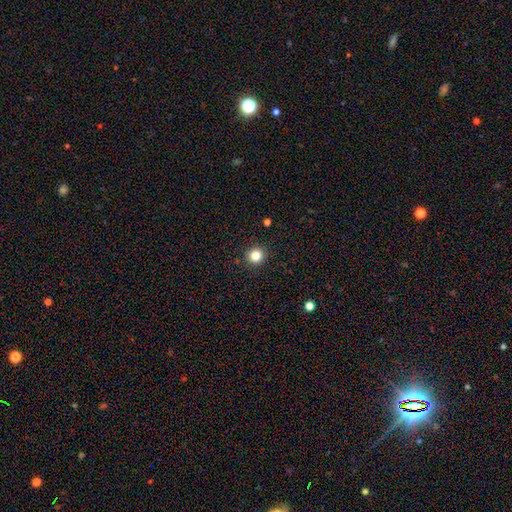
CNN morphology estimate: type=smooth (83%); roundness=round (94%); merging=none (93%).